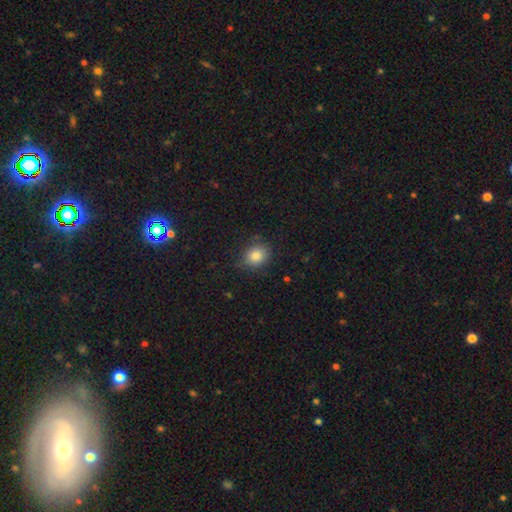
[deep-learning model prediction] Morphology: type=smooth (84%); roundness=round (61%); merging=none (79%).